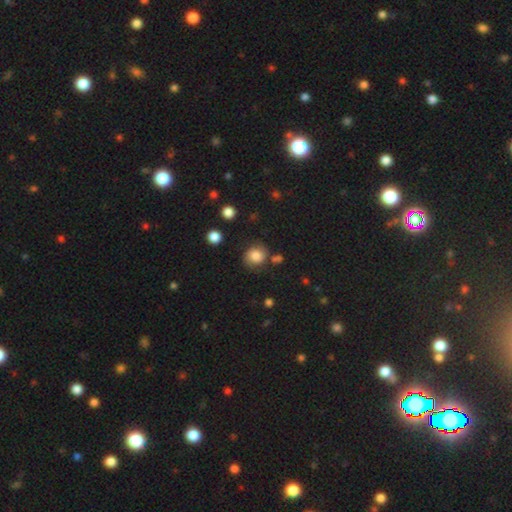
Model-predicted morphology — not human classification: The model was most divided on "smooth or featured": smooth: 70%, featured or disk: 19%, star or artifact: 11%. More confident: how rounded — round (80%); merging — none (71%).